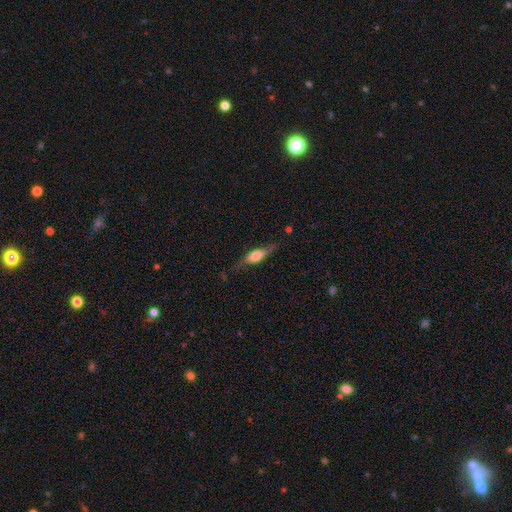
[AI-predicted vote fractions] This is possibly a featured or disk galaxy (47%). Merging: likely none (67%).